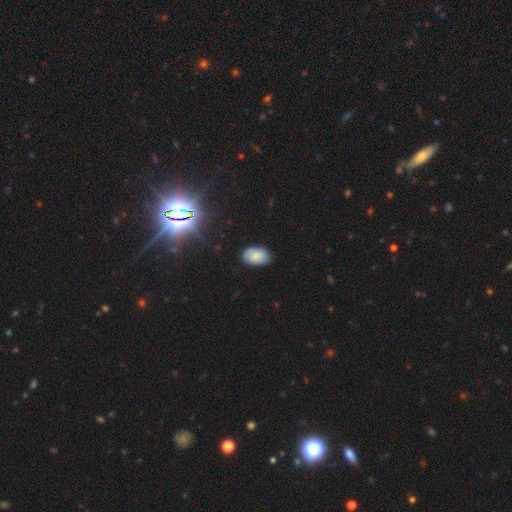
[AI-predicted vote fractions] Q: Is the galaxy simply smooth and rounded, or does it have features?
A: smooth — 77%.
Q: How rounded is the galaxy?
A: in between — 91%.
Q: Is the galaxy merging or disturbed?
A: none — 80%.